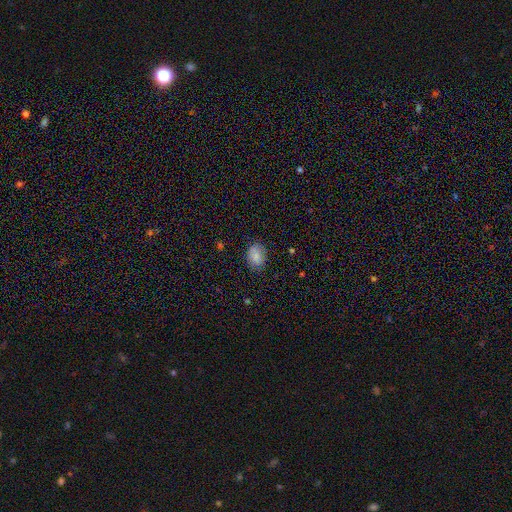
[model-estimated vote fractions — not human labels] Overall: smooth (85%). How rounded: in between (74%). Merging: none (77%).